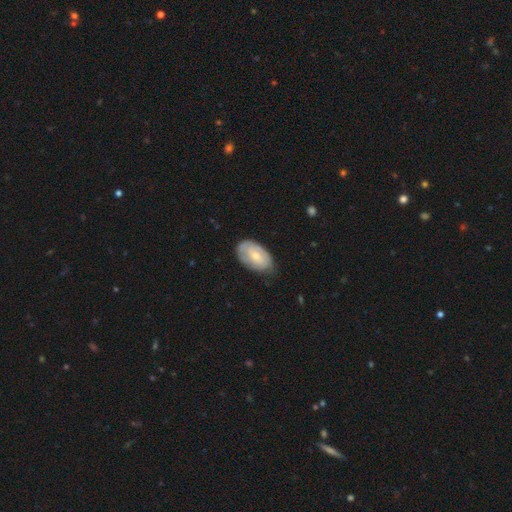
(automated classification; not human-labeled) The model was most divided on "smooth or featured": smooth: 48%, featured or disk: 46%, star or artifact: 6%. More confident: merging — none (65%).